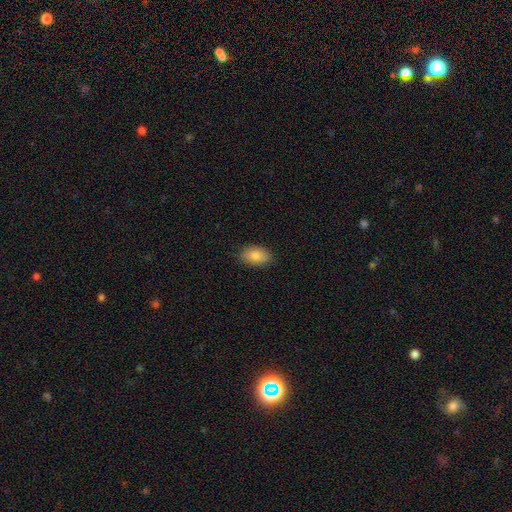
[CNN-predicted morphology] The model was most divided on "merging": none: 86%, minor disturbance: 10%, major disturbance: 2%, merger: 1%. More confident: how rounded — in between (91%); smooth or featured — smooth (85%).